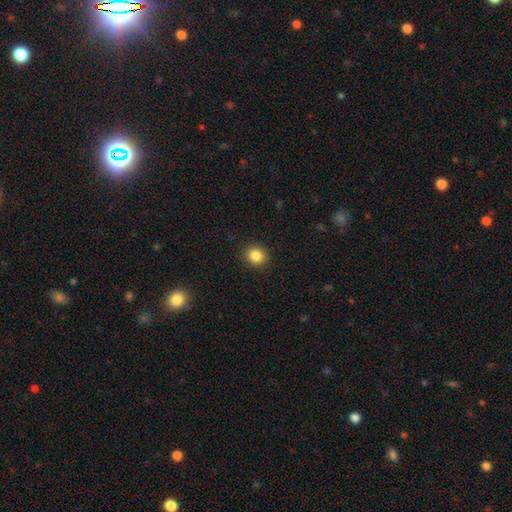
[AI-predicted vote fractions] smooth 85%, star or artifact 10%, featured or disk 5%. Down the decision tree: how rounded — round (79%); merging — none (91%).